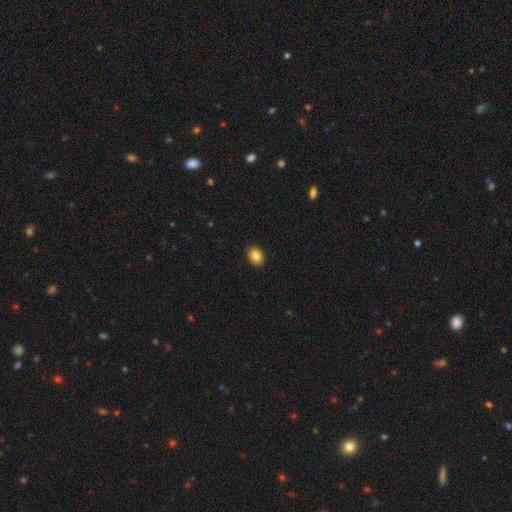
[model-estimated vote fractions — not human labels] A smooth galaxy with no disk features (84%) that is in between round and cigar-shaped (68%).

Vote fractions:
- Smooth or featured? smooth: 84% / star or artifact: 8% / featured or disk: 7%
- How rounded? in between: 68% / round: 31% / cigar-shaped: 1%
- Merging? none: 91% / minor disturbance: 7% / major disturbance: 2% / merger: 1%